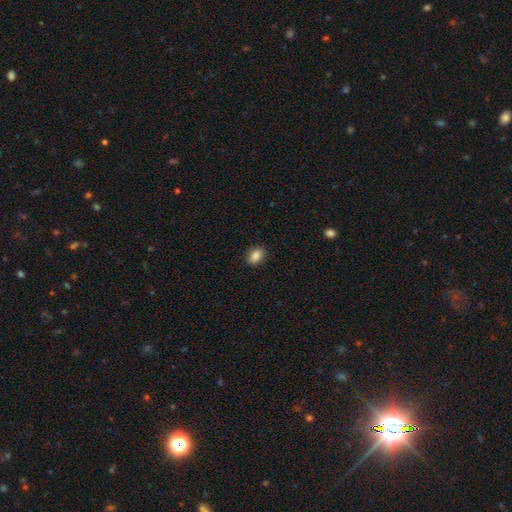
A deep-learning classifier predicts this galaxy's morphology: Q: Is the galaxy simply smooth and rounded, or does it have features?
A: smooth — 87%.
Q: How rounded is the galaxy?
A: in between — 76%.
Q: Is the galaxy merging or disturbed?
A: none — 89%.